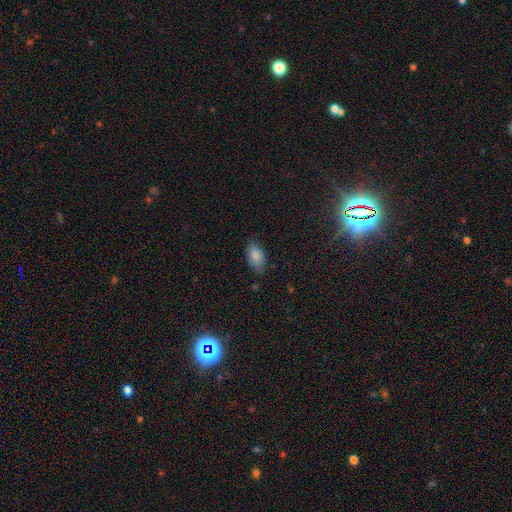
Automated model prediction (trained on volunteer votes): A smooth galaxy with no disk features (85%) that is in between round and cigar-shaped (91%).

Vote fractions:
- Smooth or featured? smooth: 85% / star or artifact: 8% / featured or disk: 7%
- How rounded? in between: 91% / cigar-shaped: 4% / round: 4%
- Merging? none: 80% / minor disturbance: 15% / major disturbance: 3% / merger: 1%